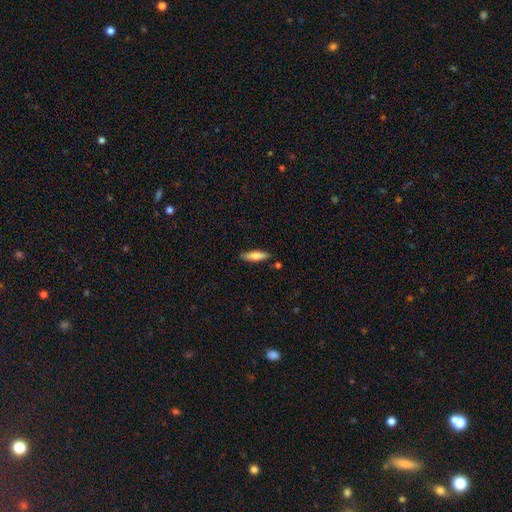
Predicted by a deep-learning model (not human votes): Smooth or featured? Predicted: smooth (p=0.76). How rounded? Predicted: cigar-shaped (p=0.63). Merging? Predicted: none (p=0.84).